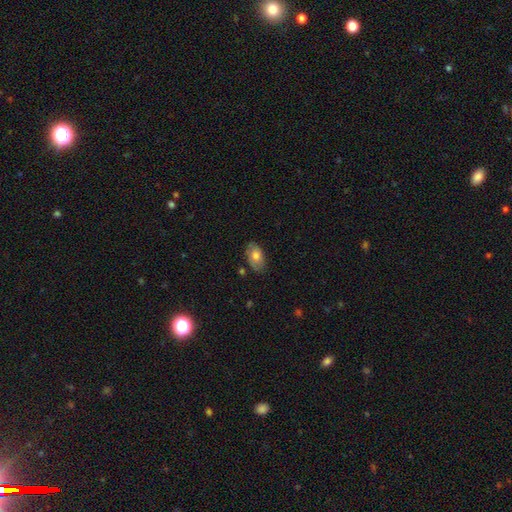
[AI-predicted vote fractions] smooth 71%, featured or disk 22%, star or artifact 7%. Down the decision tree: how rounded — in between (91%); merging — none (77%).